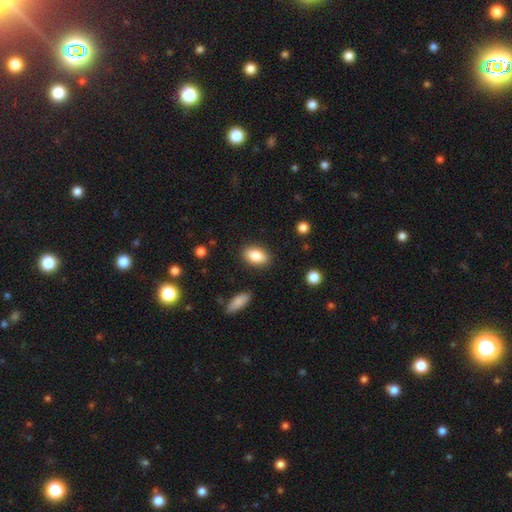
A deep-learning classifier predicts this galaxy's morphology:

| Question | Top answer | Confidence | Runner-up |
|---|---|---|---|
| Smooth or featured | smooth | 84% | featured or disk (9%) |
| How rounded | in between | 89% | round (8%) |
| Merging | none | 87% | minor disturbance (9%) |